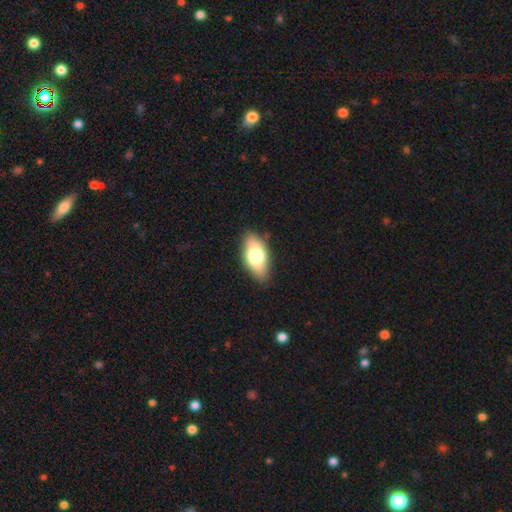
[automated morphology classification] The model was most divided on "smooth or featured": smooth: 68%, featured or disk: 25%, star or artifact: 7%. More confident: how rounded — in between (87%); merging — none (84%).